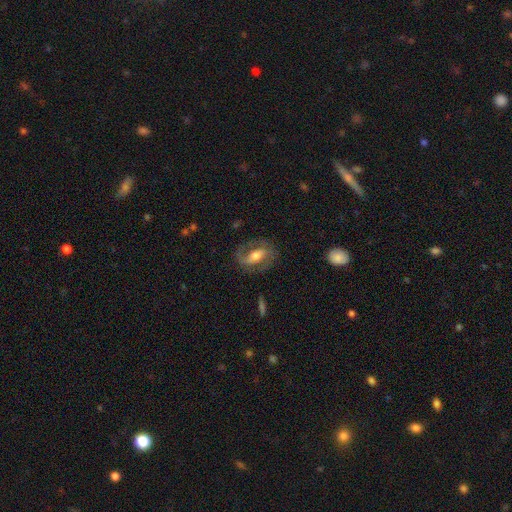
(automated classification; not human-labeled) This appears to be a featured or disk galaxy (75%) with a strong bar (40%), 2 (80%) medium (49%) spiral arms (86%) and a moderate central bulge (64%). Merging: none (73%).